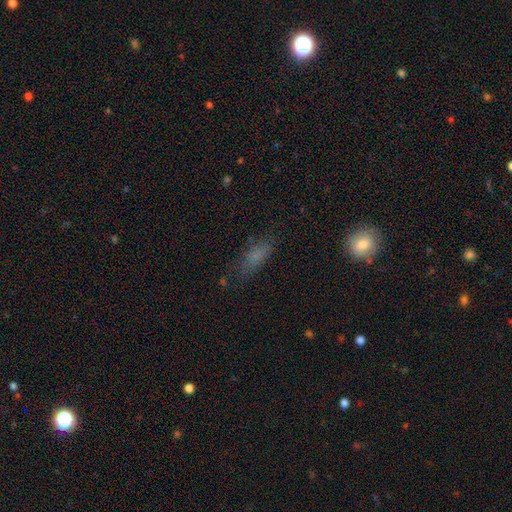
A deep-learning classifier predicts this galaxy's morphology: This appears to be a smooth galaxy with no disk features (73%) that is in between round and cigar-shaped (61%). Merging: none (70%).